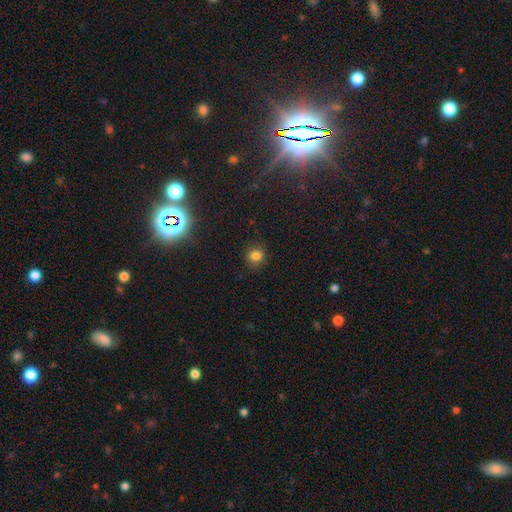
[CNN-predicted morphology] Smooth or featured? smooth (79%)
How rounded? round (83%)
Merging? none (86%)